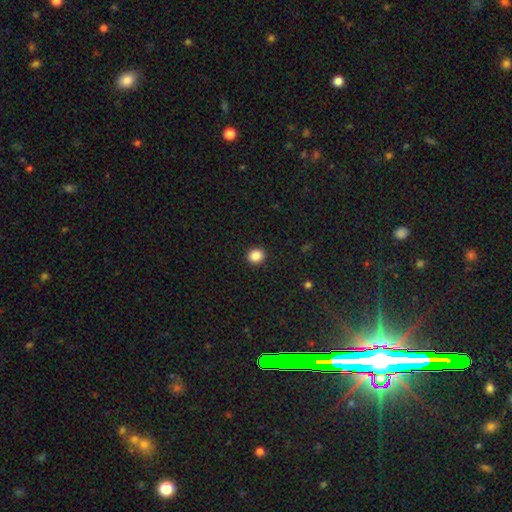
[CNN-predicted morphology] A smooth galaxy with no disk features (87%) that is round (76%).

Vote fractions:
- Smooth or featured? smooth: 87% / star or artifact: 10% / featured or disk: 3%
- How rounded? round: 76% / in between: 23% / cigar-shaped: 1%
- Merging? none: 92% / minor disturbance: 5% / major disturbance: 2% / merger: 1%